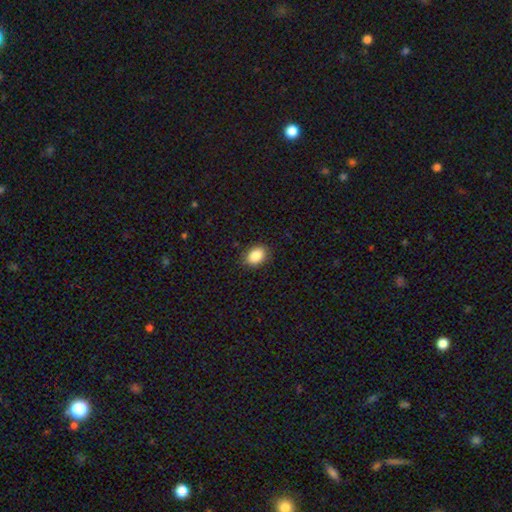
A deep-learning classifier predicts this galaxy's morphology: A smooth galaxy with no disk features (88%) that is in between round and cigar-shaped (77%). Merging: none (87%).